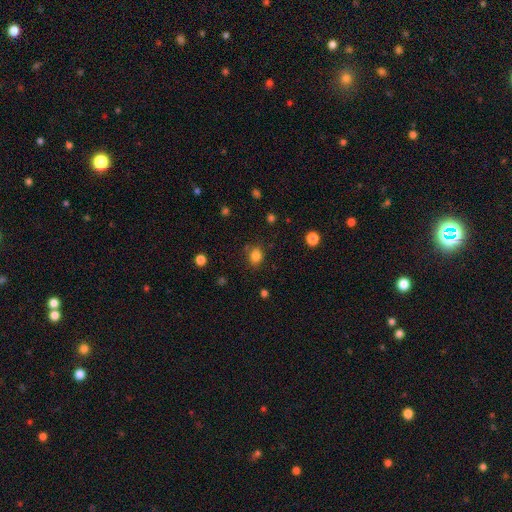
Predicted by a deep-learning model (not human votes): Smooth or featured? smooth (81%)
How rounded? round (57%)
Merging? none (78%)